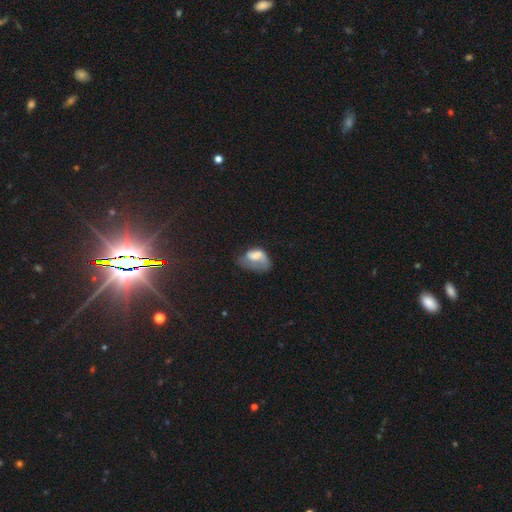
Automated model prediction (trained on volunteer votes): A smooth galaxy with no disk features (56%) that is in between round and cigar-shaped (85%). Merging: major disturbance (49%).